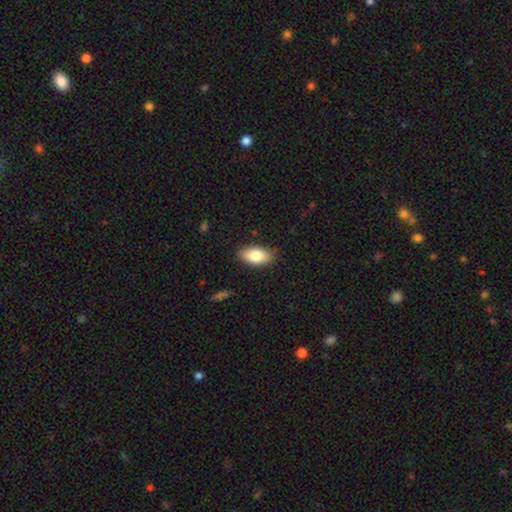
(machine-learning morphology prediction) smooth-or-featured: smooth: 80% | featured or disk: 13% | star or artifact: 7%
  how-rounded: in between: 91% | cigar-shaped: 5% | round: 4%
  merging: none: 87% | minor disturbance: 10% | major disturbance: 2% | merger: 1%